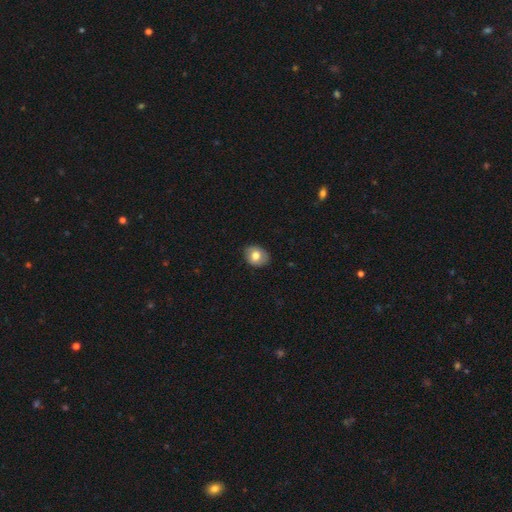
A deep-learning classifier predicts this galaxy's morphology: Smooth or featured: smooth — 74% (featured or disk — 19%)
How rounded: in between — 51% (round — 48%)
Merging: none — 85% (minor disturbance — 12%)